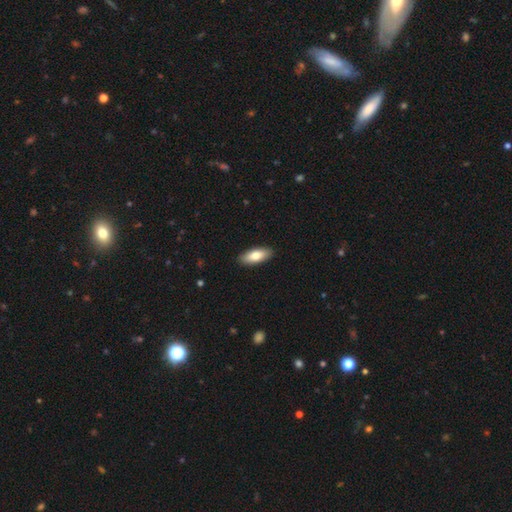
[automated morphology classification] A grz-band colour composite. It shows a smooth galaxy with no disk features (78%) that is in between round and cigar-shaped (79%). Merging: none (90%).